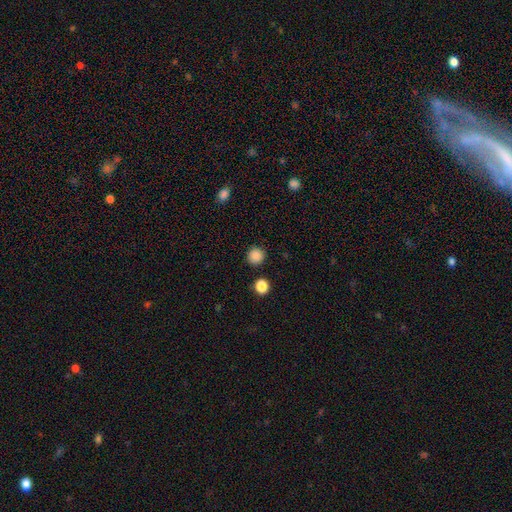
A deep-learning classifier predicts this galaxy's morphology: A smooth galaxy with no disk features (86%) that is round (94%).

Vote fractions:
- Smooth or featured? smooth: 86% / star or artifact: 11% / featured or disk: 3%
- How rounded? round: 94% / in between: 5% / cigar-shaped: 1%
- Merging? none: 90% / minor disturbance: 6% / merger: 2% / major disturbance: 2%